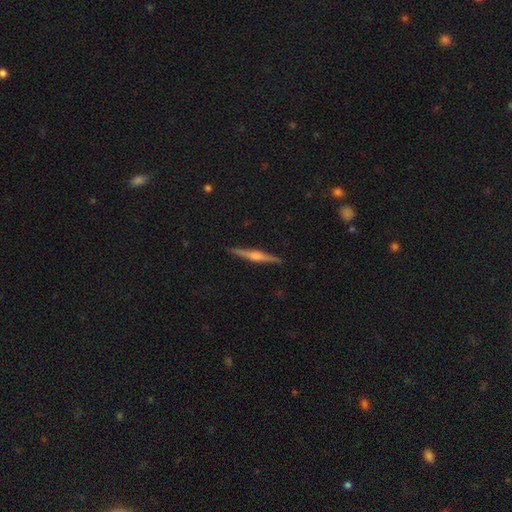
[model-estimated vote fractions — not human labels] featured or disk 76%, smooth 18%, star or artifact 6%. Down the decision tree: edge-on disk — yes (98%); edge-on bulge — rounded (83%); merging — none (92%).